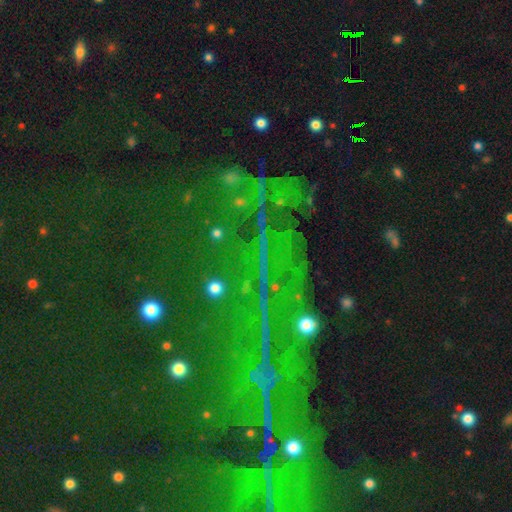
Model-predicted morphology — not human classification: Q: Smooth or featured?
A: star or artifact (82%); runner-up: smooth (9%)